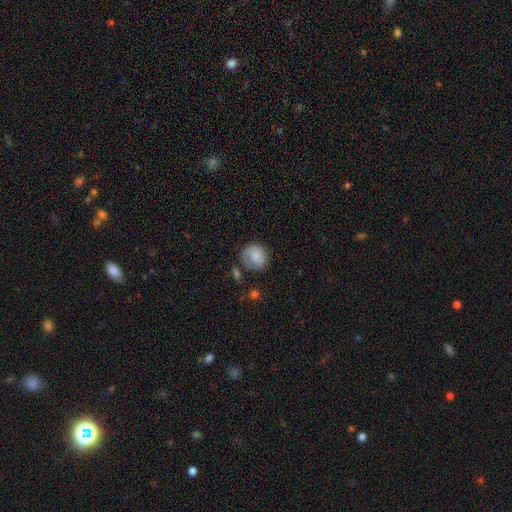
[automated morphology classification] This is likely a smooth galaxy (74%). How rounded: likely round (79%). Merging: possibly none (58%).